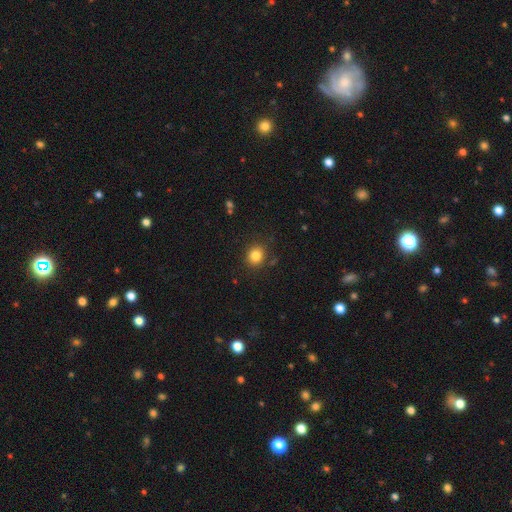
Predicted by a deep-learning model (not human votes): The model was most divided on "how rounded": round: 81%, in between: 18%, cigar-shaped: 1%. More confident: merging — none (86%); smooth or featured — smooth (83%).